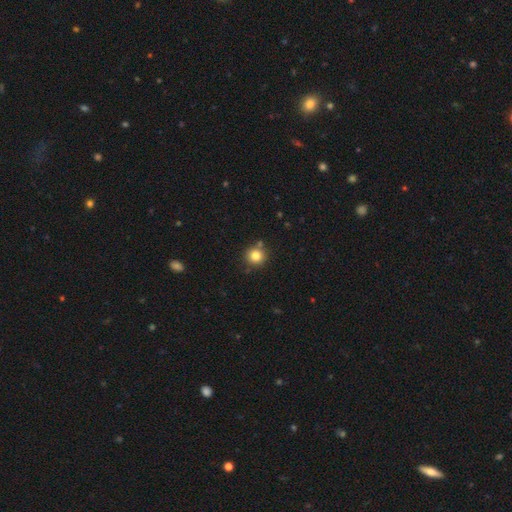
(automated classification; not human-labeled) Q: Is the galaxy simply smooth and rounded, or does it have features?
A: smooth — 82%.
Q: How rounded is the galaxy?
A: round — 92%.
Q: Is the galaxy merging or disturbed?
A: none — 81%.